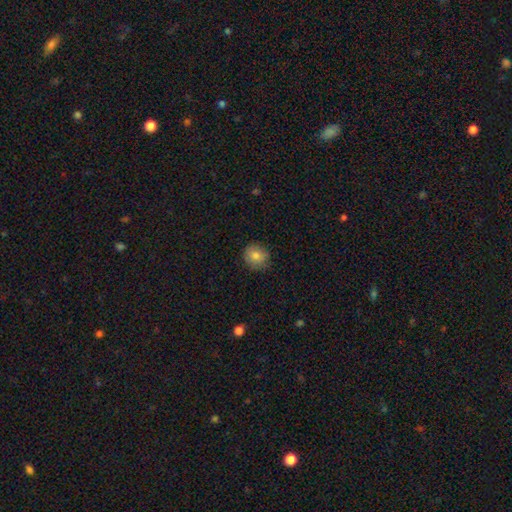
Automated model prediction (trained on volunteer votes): smooth 81%, featured or disk 10%, star or artifact 9%. Down the decision tree: how rounded — round (84%); merging — none (84%).